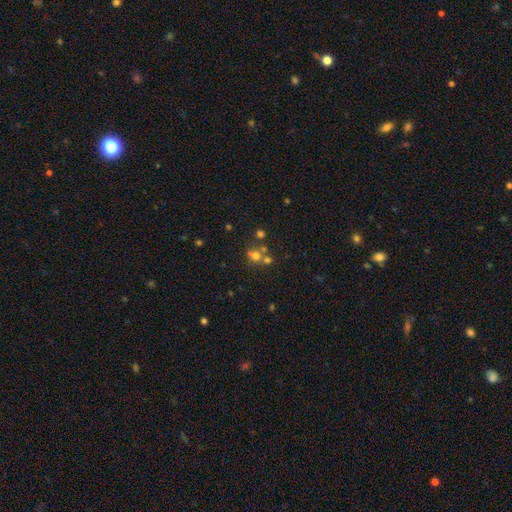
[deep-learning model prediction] Smooth or featured? smooth (60%)
How rounded? round (79%)
Merging? none (47%)